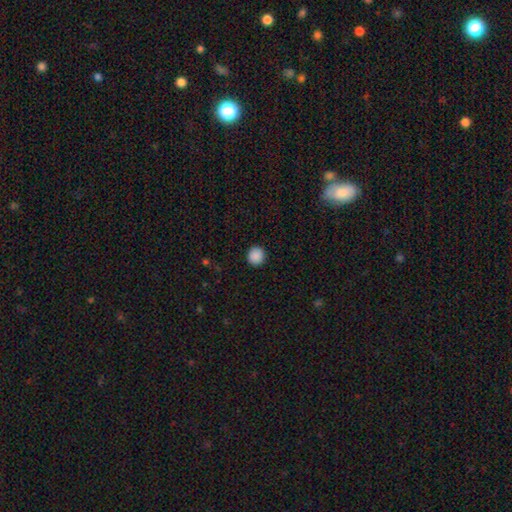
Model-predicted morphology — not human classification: smooth_or_featured: smooth (p=0.89) [alt: star or artifact p=0.09]
how_rounded: round (p=0.93) [alt: in between p=0.06]
merging: none (p=0.93) [alt: minor disturbance p=0.05]